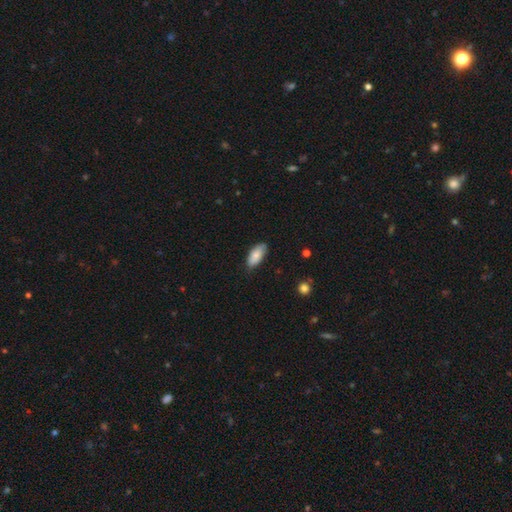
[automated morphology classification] The model was most divided on "merging": none: 75%, minor disturbance: 21%, major disturbance: 3%, merger: 1%. More confident: how rounded — in between (88%); smooth or featured — smooth (83%).